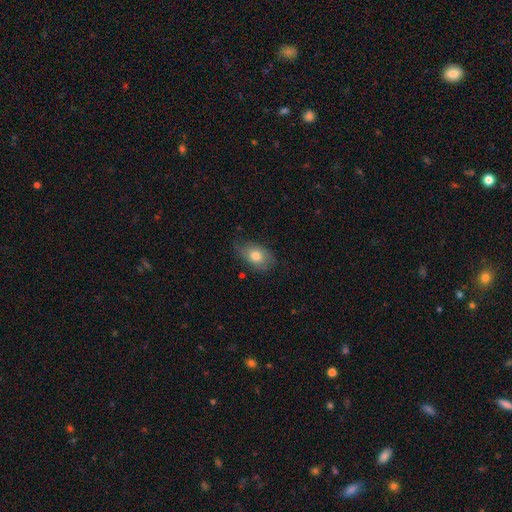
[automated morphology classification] This appears to be a smooth galaxy with no disk features (70%) that is in between round and cigar-shaped (85%). Merging: none (61%).